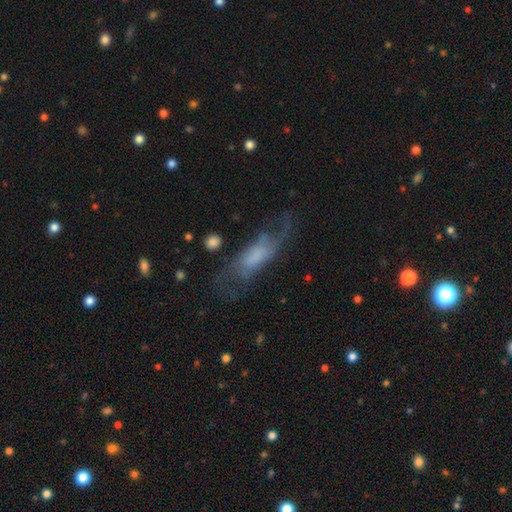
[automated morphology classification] type=featured or disk (62%); edge-on=no (83%); bar=no (59%); spiral arms=yes (83%); bulge=none (39%); merging=none (53%).